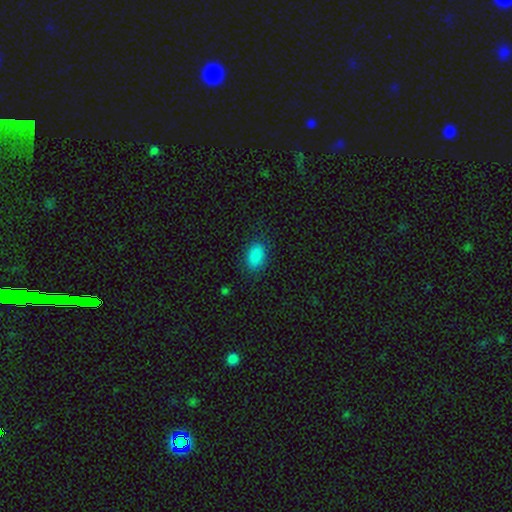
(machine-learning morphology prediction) Smooth or featured: smooth — 88% (star or artifact — 9%)
How rounded: in between — 90% (round — 9%)
Merging: none — 85% (minor disturbance — 10%)